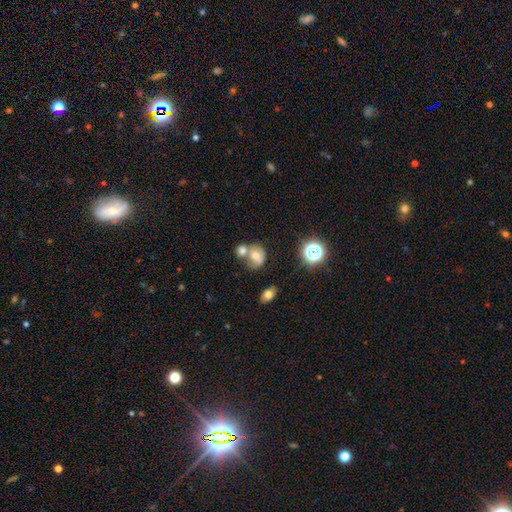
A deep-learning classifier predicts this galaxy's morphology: smooth-or-featured: smooth: 63% | featured or disk: 22% | star or artifact: 15%
  how-rounded: round: 57% | in between: 41% | cigar-shaped: 1%
  merging: merger: 48% | none: 32% | minor disturbance: 12% | major disturbance: 7%